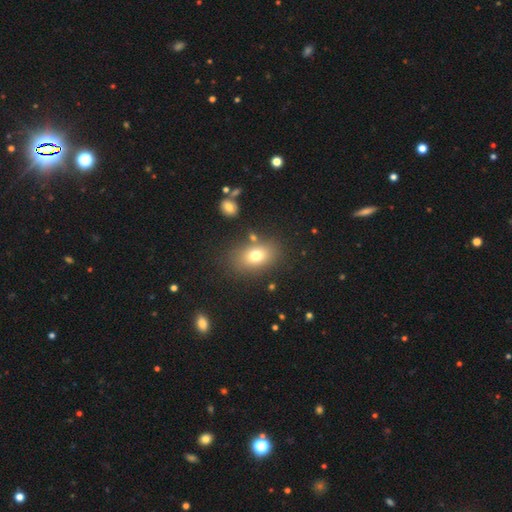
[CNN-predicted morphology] A smooth galaxy with no disk features (74%) that is in between round and cigar-shaped (78%). Merging: none (77%).